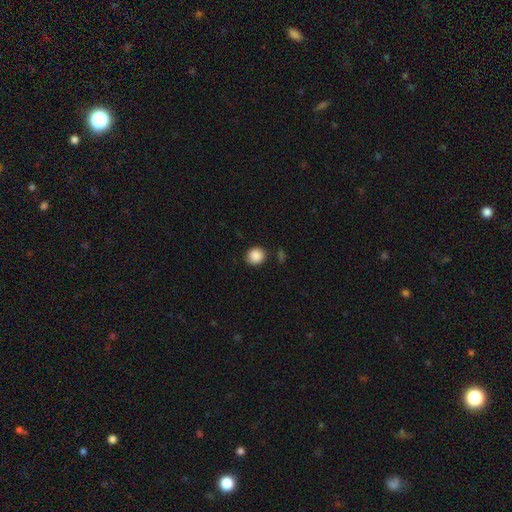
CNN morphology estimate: smooth_or_featured: smooth (p=0.89) [alt: star or artifact p=0.09]
how_rounded: round (p=0.84) [alt: in between p=0.15]
merging: none (p=0.85) [alt: minor disturbance p=0.10]